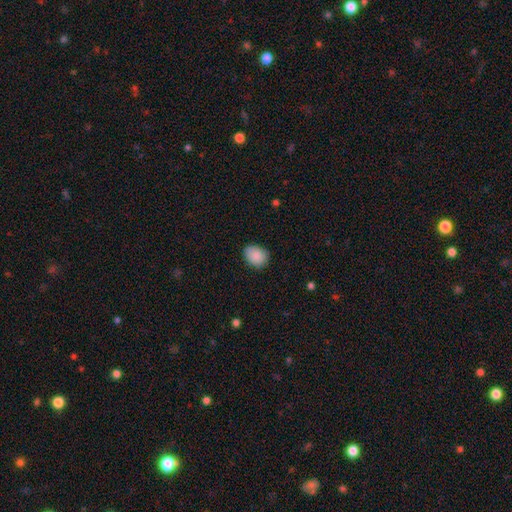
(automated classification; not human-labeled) Smooth or featured: smooth — 89% (star or artifact — 7%)
How rounded: in between — 61% (round — 38%)
Merging: none — 81% (minor disturbance — 15%)